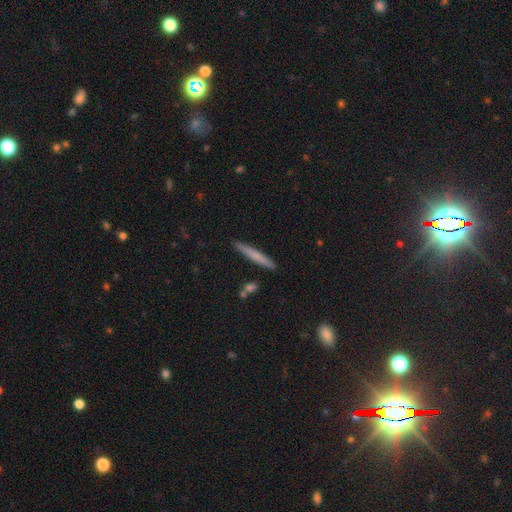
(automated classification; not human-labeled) smooth_or_featured: smooth (p=0.64) [alt: featured or disk p=0.30]
how_rounded: cigar-shaped (p=0.96) [alt: in between p=0.03]
merging: none (p=0.89) [alt: minor disturbance p=0.08]